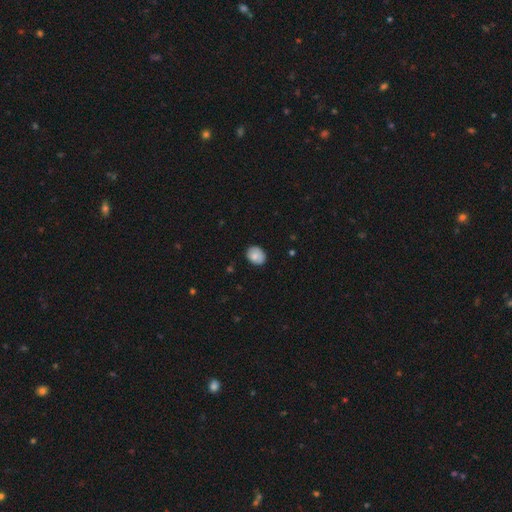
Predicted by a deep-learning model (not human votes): A smooth galaxy with no disk features (81%) that is in between round and cigar-shaped (56%).

Vote fractions:
- Smooth or featured? smooth: 81% / featured or disk: 12% / star or artifact: 7%
- How rounded? in between: 56% / round: 43% / cigar-shaped: 1%
- Merging? none: 82% / minor disturbance: 15% / major disturbance: 2% / merger: 1%